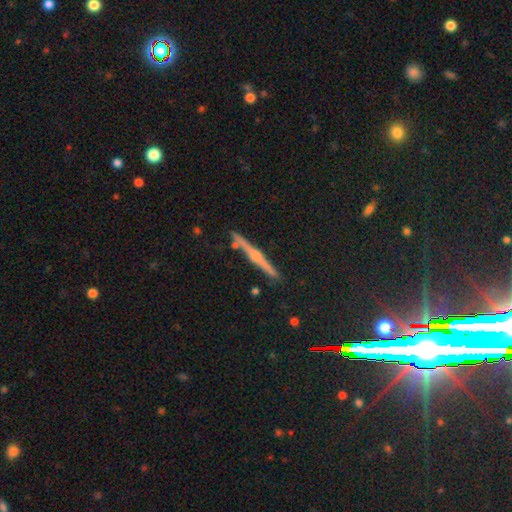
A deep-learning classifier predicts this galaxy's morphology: This appears to be a featured or disk galaxy (73%) viewed edge-on (98%) with a rounded central bulge (79%). Merging: none (89%).